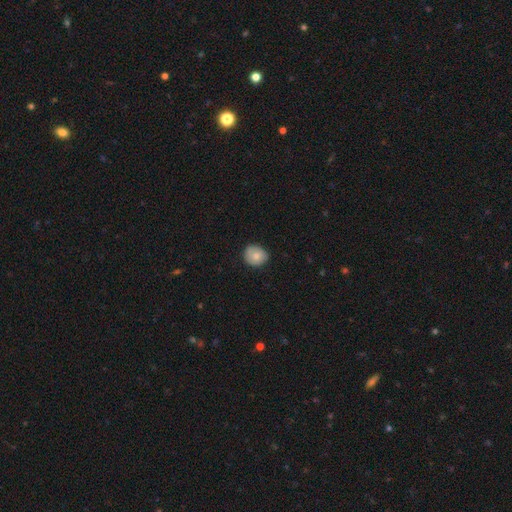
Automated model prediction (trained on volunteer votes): Smooth or featured?
  - smooth: 79% *
  - featured or disk: 14%
  - star or artifact: 8%
How rounded?
  - round: 78% *
  - in between: 21%
  - cigar-shaped: 1%
Merging?
  - none: 80% *
  - minor disturbance: 17%
  - major disturbance: 3%
  - merger: 1%